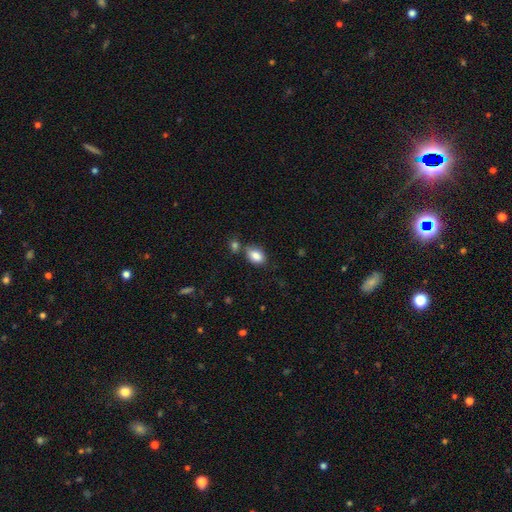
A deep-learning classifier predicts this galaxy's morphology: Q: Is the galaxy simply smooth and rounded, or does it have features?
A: smooth — 86%.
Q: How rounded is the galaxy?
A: in between — 85%.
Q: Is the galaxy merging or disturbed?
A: none — 64%.